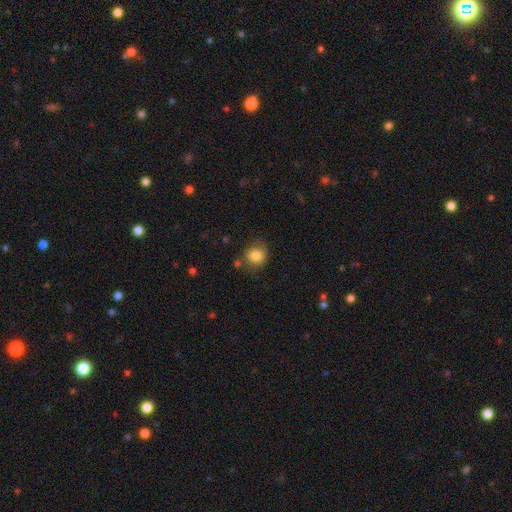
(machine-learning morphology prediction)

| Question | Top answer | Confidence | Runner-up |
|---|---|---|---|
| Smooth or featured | smooth | 81% | featured or disk (10%) |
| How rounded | round | 76% | in between (23%) |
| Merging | none | 66% | minor disturbance (22%) |